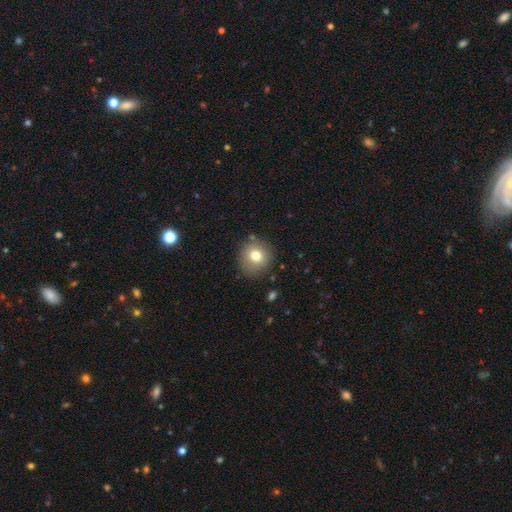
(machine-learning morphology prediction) A smooth galaxy with no disk features (76%) that is round (88%).

Vote fractions:
- Smooth or featured? smooth: 76% / featured or disk: 13% / star or artifact: 12%
- How rounded? round: 88% / in between: 11% / cigar-shaped: 1%
- Merging? none: 83% / minor disturbance: 11% / major disturbance: 3% / merger: 3%